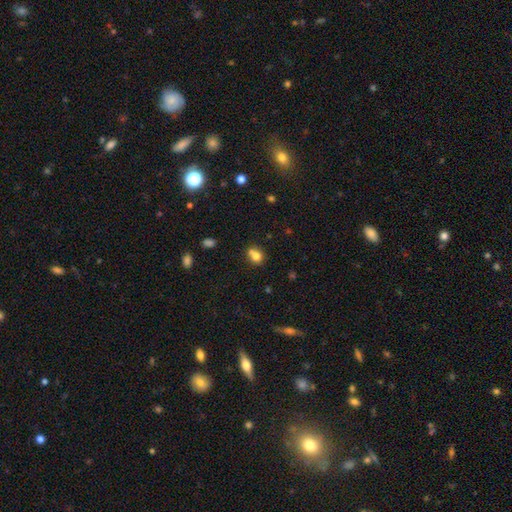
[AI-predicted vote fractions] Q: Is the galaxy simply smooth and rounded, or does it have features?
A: smooth — 75%.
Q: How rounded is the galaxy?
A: round — 67%.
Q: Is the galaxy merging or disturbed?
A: none — 45%.